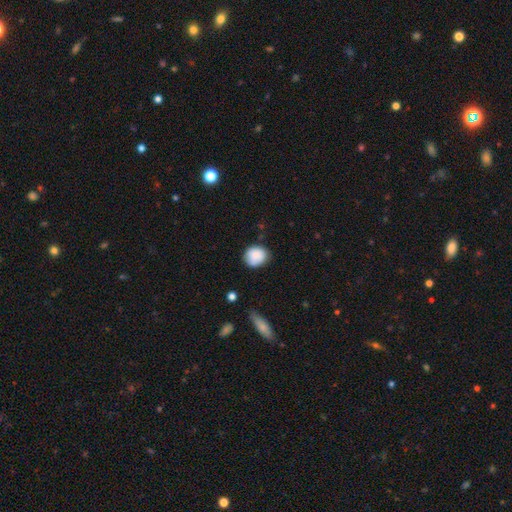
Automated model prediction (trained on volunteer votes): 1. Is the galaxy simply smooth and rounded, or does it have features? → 86% smooth, 8% star or artifact, 6% featured or disk.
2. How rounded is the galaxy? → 75% round, 24% in between, 1% cigar-shaped.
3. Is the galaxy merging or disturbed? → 71% none, 22% minor disturbance, 4% major disturbance, 3% merger.